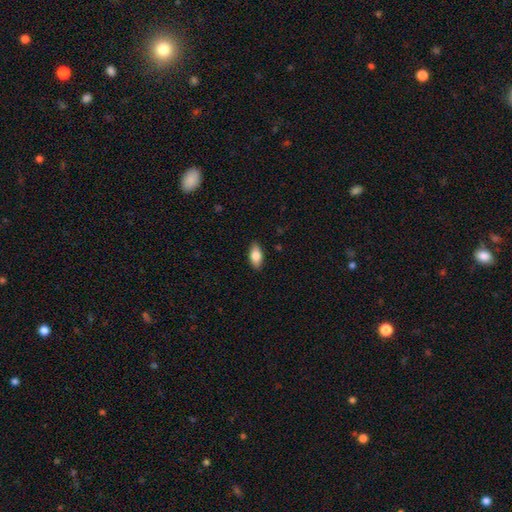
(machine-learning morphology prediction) A smooth galaxy with no disk features (79%) that is in between round and cigar-shaped (88%). Merging: none (88%).